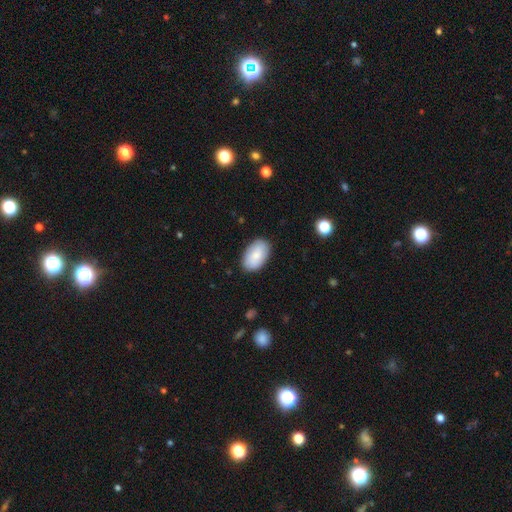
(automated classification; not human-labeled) Smooth or featured? Predicted: smooth (p=0.81). How rounded? Predicted: in between (p=0.94). Merging? Predicted: none (p=0.86).